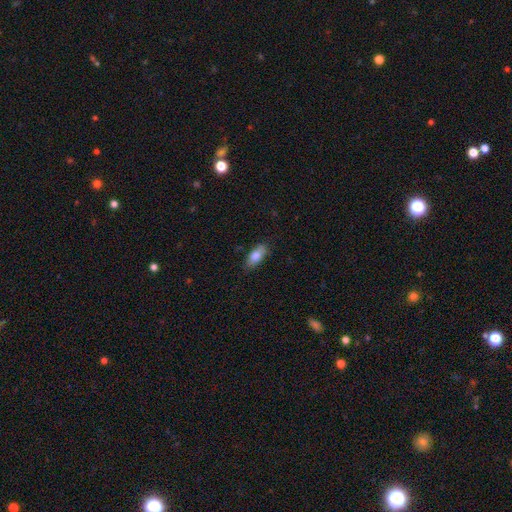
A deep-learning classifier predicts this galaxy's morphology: Smooth or featured? smooth (79%)
How rounded? in between (82%)
Merging? none (80%)